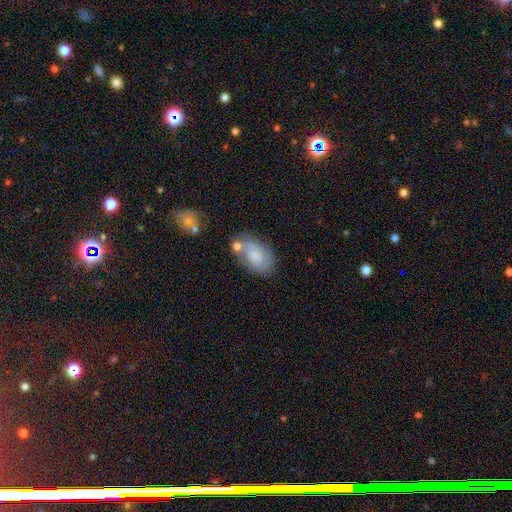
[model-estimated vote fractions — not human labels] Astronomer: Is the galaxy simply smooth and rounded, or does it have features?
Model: smooth — 61%.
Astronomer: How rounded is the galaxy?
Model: in between — 89%.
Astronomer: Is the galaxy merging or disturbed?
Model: none — 48% (runner-up: minor disturbance, 25%).